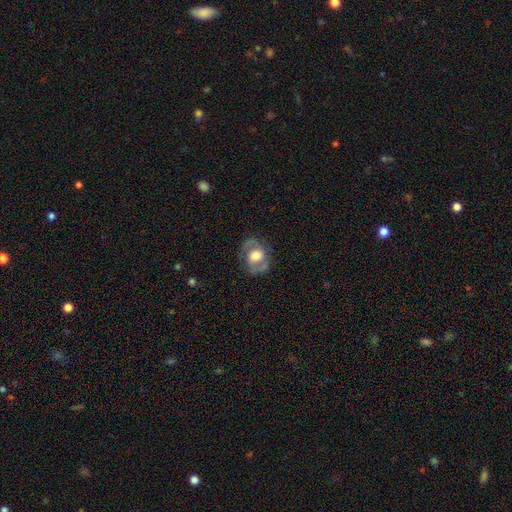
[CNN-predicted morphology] This is possibly a featured or disk galaxy (59%). It is clearly not viewed edge-on (95%). Bar: possibly no (58%). Spiral arm pattern: likely yes (67%). Central bulge: possibly moderate (50%). Merging: likely none (67%).